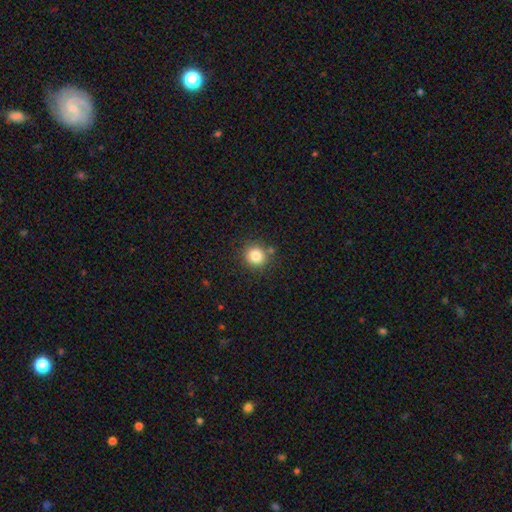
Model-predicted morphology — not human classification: Overall: smooth (83%). How rounded: round (90%). Merging: none (83%).